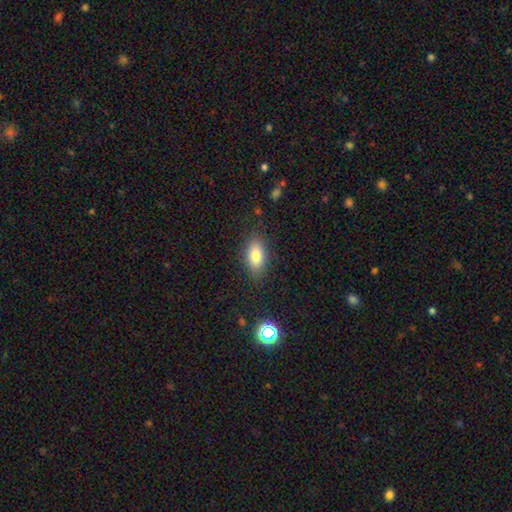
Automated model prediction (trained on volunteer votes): Smooth or featured? Predicted: smooth (p=0.80). How rounded? Predicted: in between (p=0.87). Merging? Predicted: none (p=0.85).